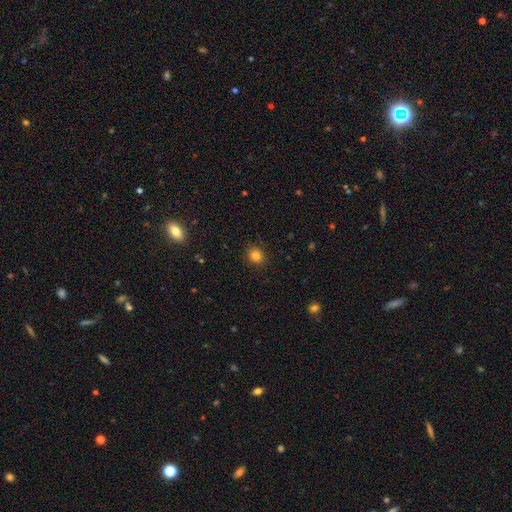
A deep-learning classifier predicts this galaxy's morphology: type=smooth (82%); roundness=round (76%); merging=none (90%).